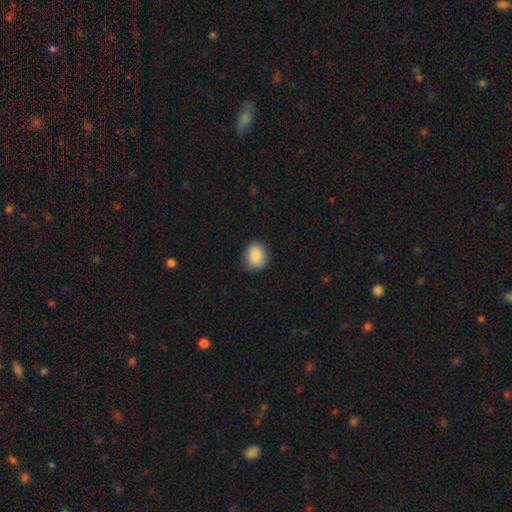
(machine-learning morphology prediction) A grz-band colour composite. It shows a smooth galaxy with no disk features (88%) that is round (70%). Merging: none (86%).